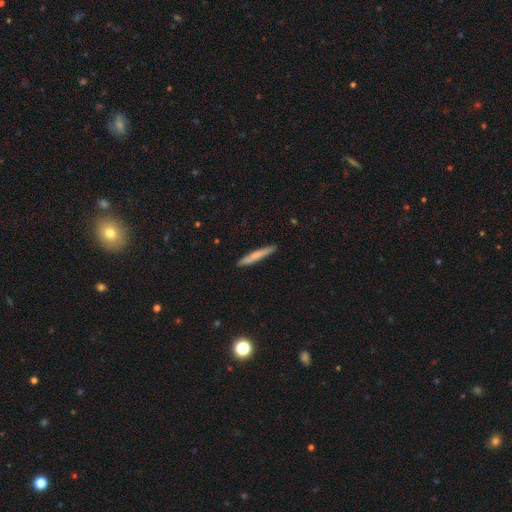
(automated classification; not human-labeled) This is likely a smooth galaxy (68%). How rounded: clearly cigar-shaped (95%). Merging: clearly none (90%).